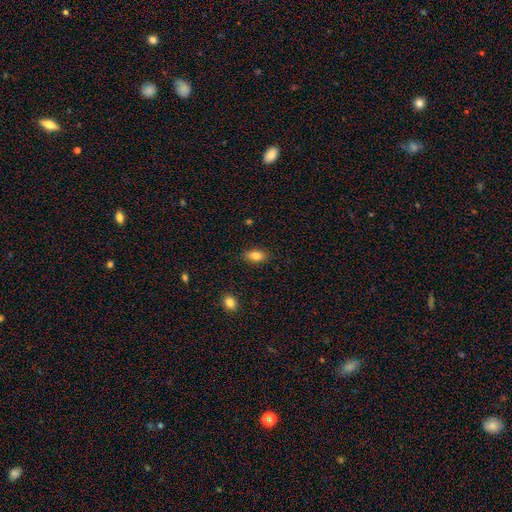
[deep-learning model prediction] A smooth galaxy with no disk features (82%) that is in between round and cigar-shaped (87%). Merging: none (87%).